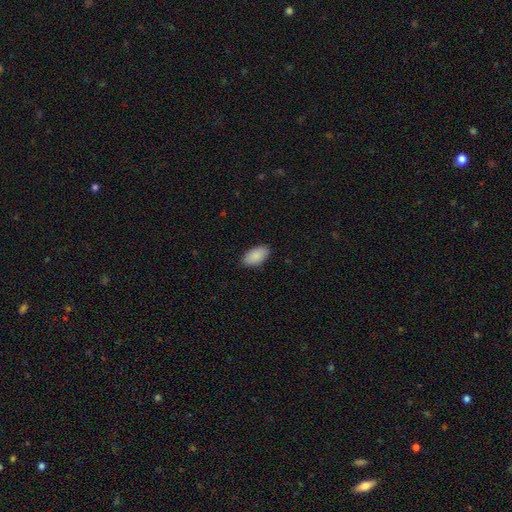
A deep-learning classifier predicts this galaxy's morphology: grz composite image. It shows a smooth galaxy with no disk features (90%) that is in between round and cigar-shaped (95%). Merging: none (88%).